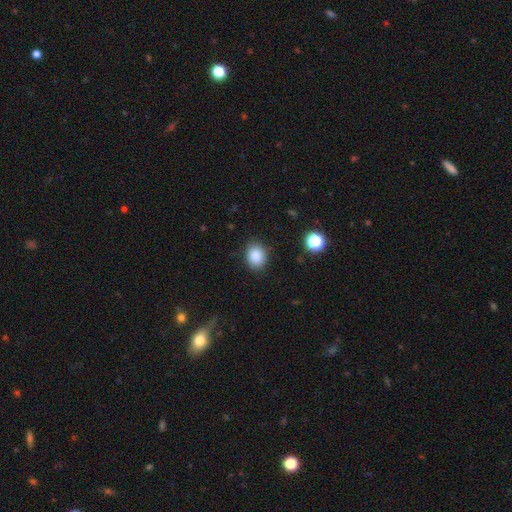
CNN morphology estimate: smooth 86%, star or artifact 10%, featured or disk 4%. Down the decision tree: how rounded — round (51%); merging — none (87%).